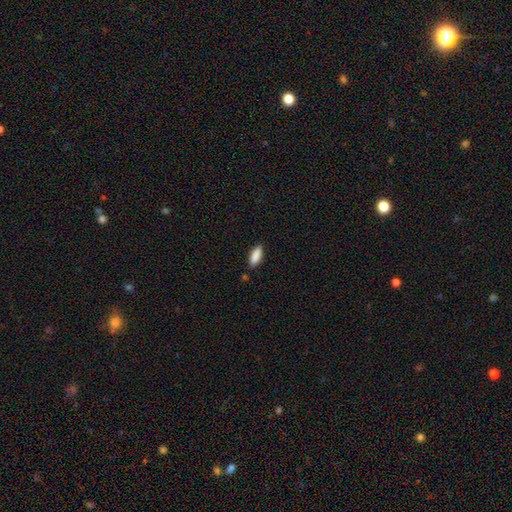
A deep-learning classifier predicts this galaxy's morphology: type=smooth (88%); roundness=in between (65%); merging=none (84%).